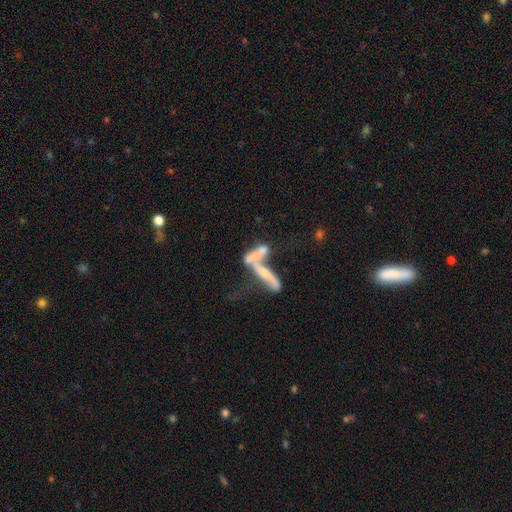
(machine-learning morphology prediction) smooth-or-featured: featured or disk: 51% | smooth: 39% | star or artifact: 10%
  disk-edge-on: no: 63% | yes: 37%
  merging: merger: 60% | none: 17% | major disturbance: 15% | minor disturbance: 8%